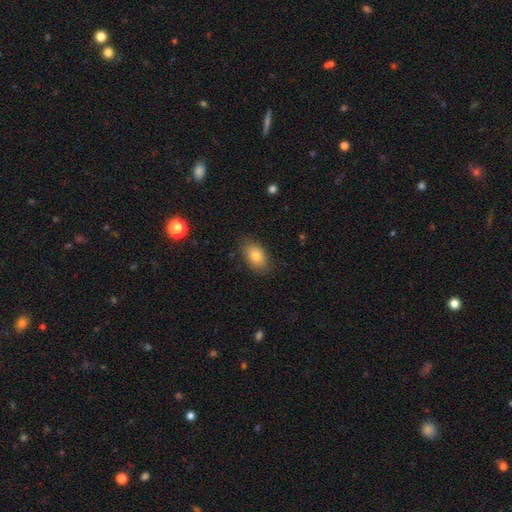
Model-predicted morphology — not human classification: Q: Smooth or featured?
A: smooth (80%); runner-up: featured or disk (12%)
Q: How rounded?
A: in between (88%); runner-up: round (11%)
Q: Merging?
A: none (83%); runner-up: minor disturbance (13%)